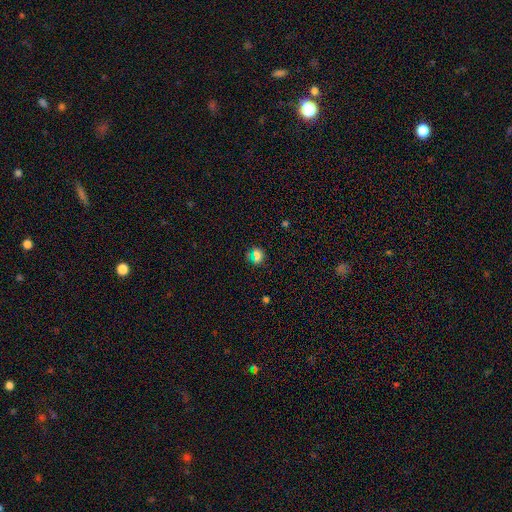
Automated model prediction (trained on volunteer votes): Morphology: type=smooth (68%); roundness=round (71%); merging=none (79%).